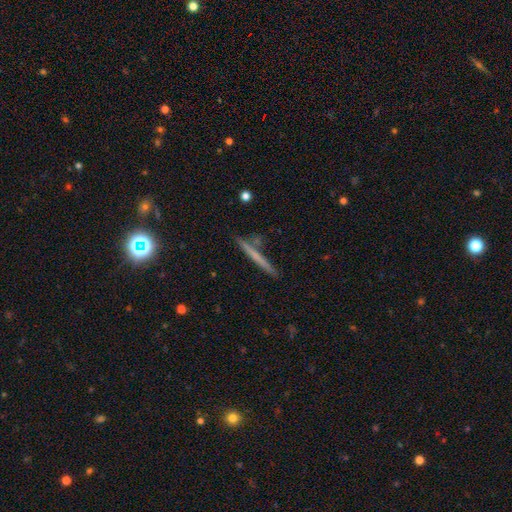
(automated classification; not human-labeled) The model was most divided on "smooth or featured": smooth: 51%, featured or disk: 43%, star or artifact: 7%. More confident: how rounded — cigar-shaped (96%); merging — none (86%).